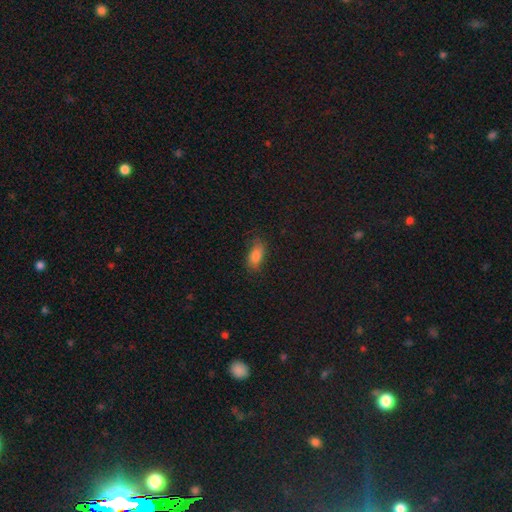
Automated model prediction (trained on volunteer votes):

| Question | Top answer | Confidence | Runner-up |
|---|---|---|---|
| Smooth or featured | smooth | 84% | star or artifact (10%) |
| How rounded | in between | 88% | cigar-shaped (8%) |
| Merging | none | 73% | minor disturbance (20%) |